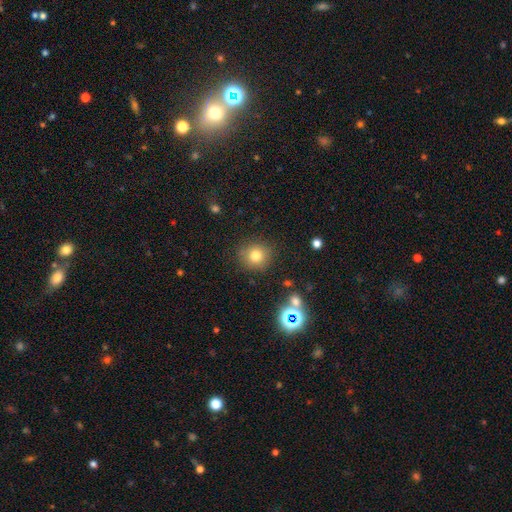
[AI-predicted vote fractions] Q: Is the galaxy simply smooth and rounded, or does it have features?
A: smooth — 77%.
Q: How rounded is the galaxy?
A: round — 90%.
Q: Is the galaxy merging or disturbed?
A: none — 85%.